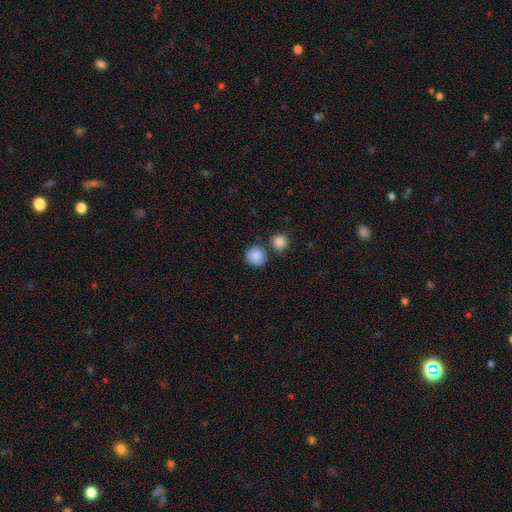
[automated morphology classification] Smooth or featured? Predicted: smooth (p=0.88). How rounded? Predicted: round (p=0.92). Merging? Predicted: none (p=0.76).